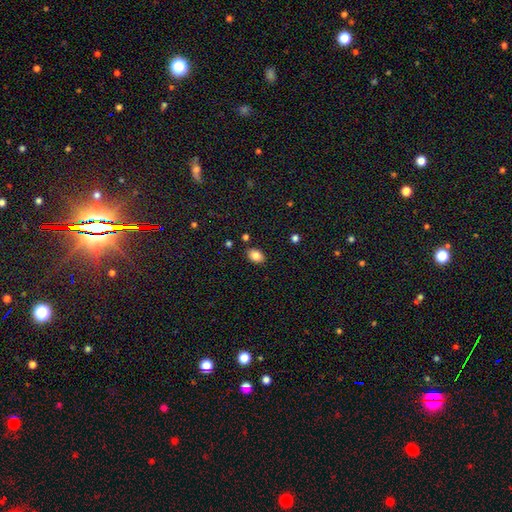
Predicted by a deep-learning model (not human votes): A smooth galaxy with no disk features (84%) that is in between round and cigar-shaped (83%). Merging: none (86%).